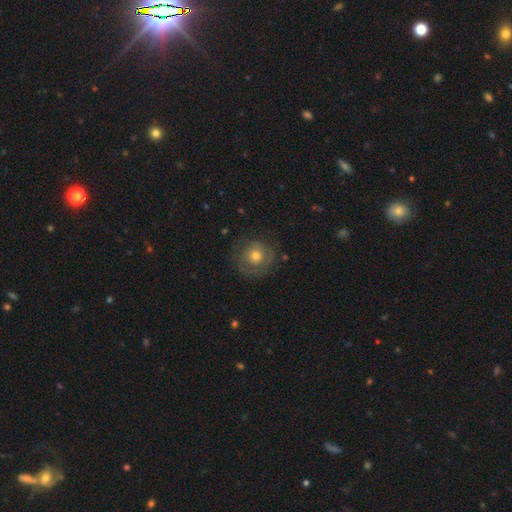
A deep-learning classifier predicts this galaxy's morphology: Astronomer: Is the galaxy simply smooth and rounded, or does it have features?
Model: smooth — 54% (runner-up: featured or disk, 37%).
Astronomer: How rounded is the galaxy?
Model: round — 92%.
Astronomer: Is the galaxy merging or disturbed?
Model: none — 74%.